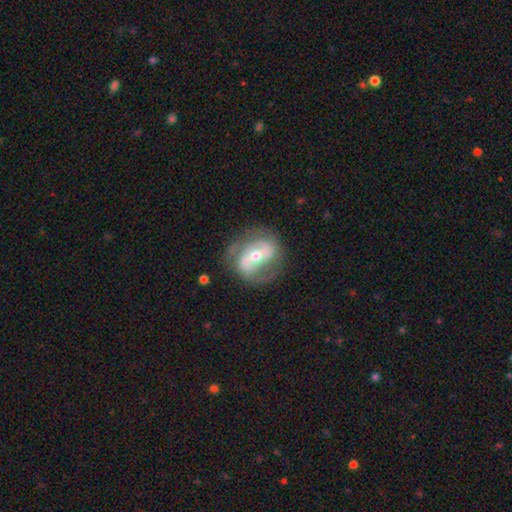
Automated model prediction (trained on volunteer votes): This is likely a featured or disk galaxy (78%). It is clearly not viewed edge-on (96%). Bar: marginally strong (37%). Spiral arm pattern: clearly yes (84%). Spiral arm count: likely 2 (78%). Spiral winding: marginally medium (44%). Central bulge: possibly moderate (55%). Merging: likely none (68%).